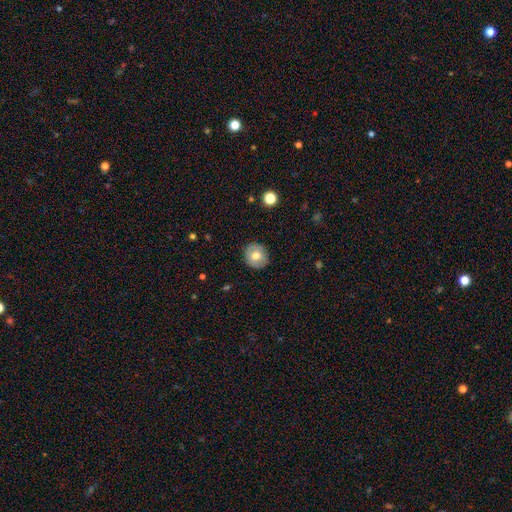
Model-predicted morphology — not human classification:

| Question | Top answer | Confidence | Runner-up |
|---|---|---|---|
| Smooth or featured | smooth | 69% | featured or disk (23%) |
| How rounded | round | 81% | in between (18%) |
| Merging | none | 88% | minor disturbance (9%) |